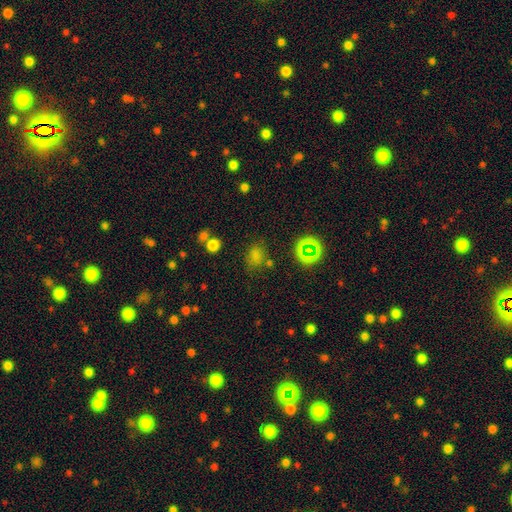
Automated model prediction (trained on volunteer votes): Smooth or featured? smooth (66%)
How rounded? in between (62%)
Merging? none (68%)